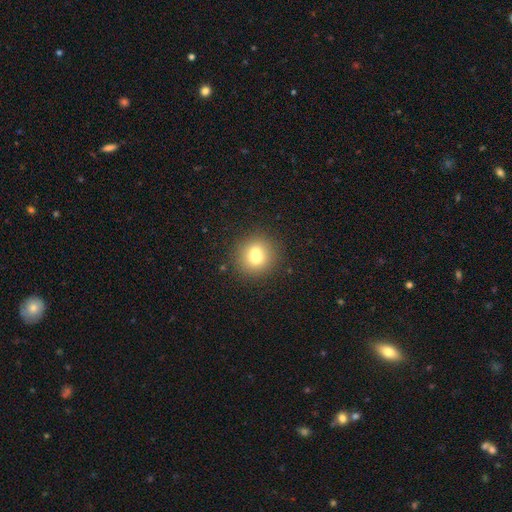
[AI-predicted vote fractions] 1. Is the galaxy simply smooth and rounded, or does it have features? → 67% smooth, 21% featured or disk, 11% star or artifact.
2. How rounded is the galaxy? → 89% round, 10% in between, 1% cigar-shaped.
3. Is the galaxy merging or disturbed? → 52% none, 38% merger, 7% minor disturbance, 3% major disturbance.